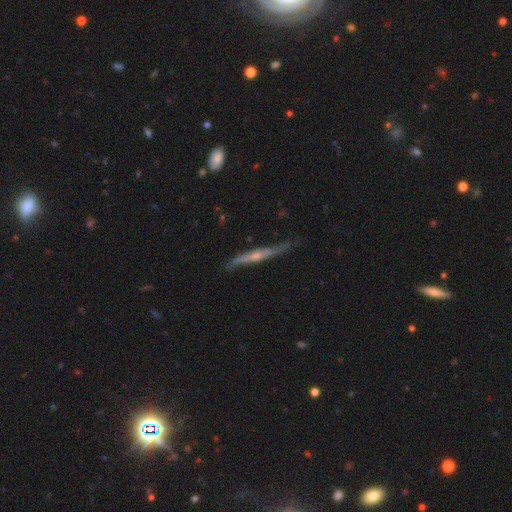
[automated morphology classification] This appears to be a featured or disk galaxy (71%) viewed edge-on (89%) with a rounded central bulge (60%). Merging: none (69%).